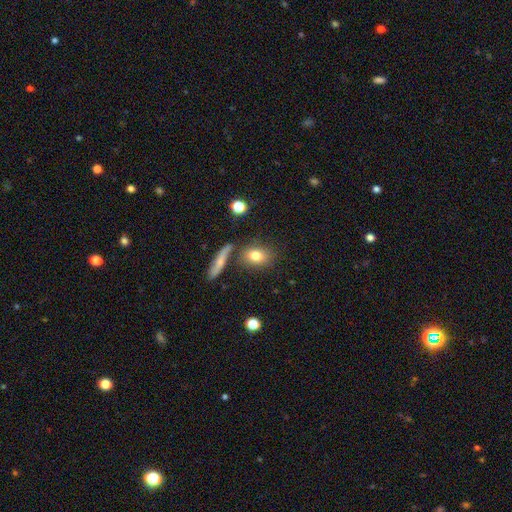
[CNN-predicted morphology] Overall: smooth (77%). How rounded: in between (59%; round 35%). Merging: none (73%).